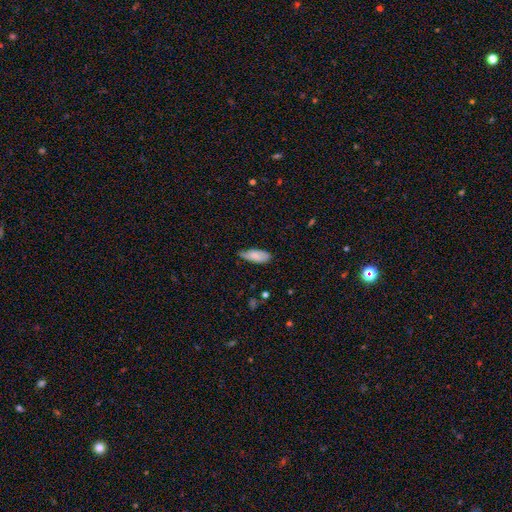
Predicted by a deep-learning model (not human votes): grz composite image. It shows a smooth galaxy with no disk features (78%) that is in between round and cigar-shaped (82%). Merging: none (56%).